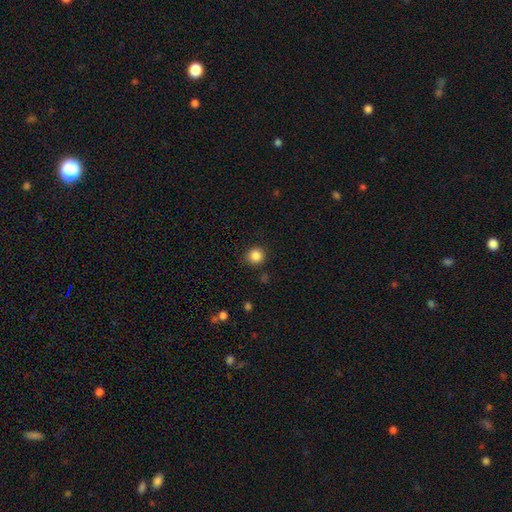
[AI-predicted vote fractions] This is clearly a smooth galaxy (86%). How rounded: clearly round (92%). Merging: clearly none (86%).